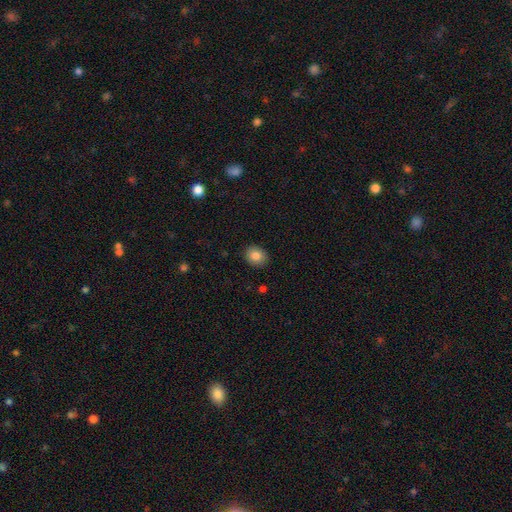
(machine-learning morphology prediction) Smooth or featured? smooth (83%)
How rounded? round (53%)
Merging? none (90%)